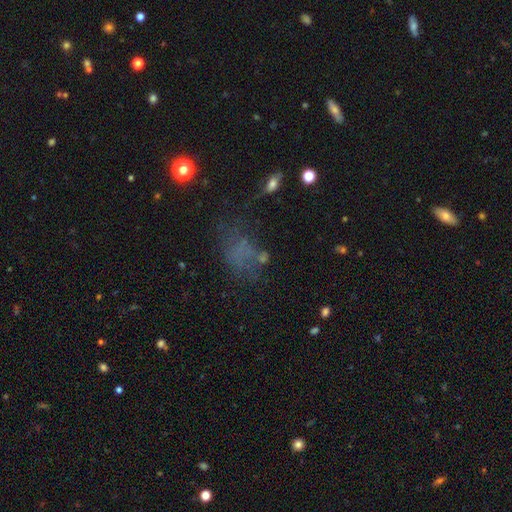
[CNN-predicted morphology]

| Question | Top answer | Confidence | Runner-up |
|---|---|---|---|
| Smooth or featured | smooth | 46% | featured or disk (28%) |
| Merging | none | 44% | major disturbance (28%) |